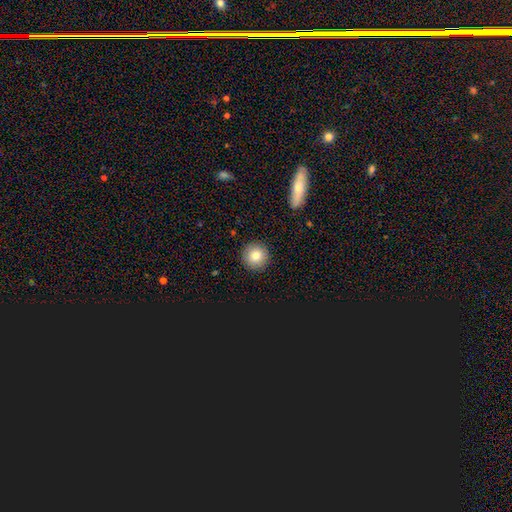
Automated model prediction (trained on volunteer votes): This appears to be a smooth galaxy with no disk features (81%) that is round (95%). Merging: none (91%).